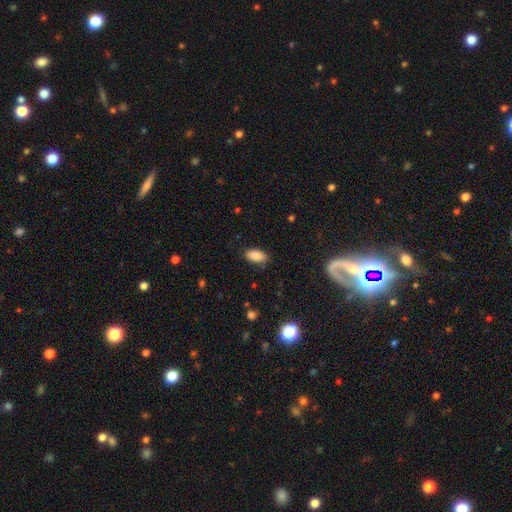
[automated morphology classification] The model was most divided on "merging": none: 85%, minor disturbance: 12%, major disturbance: 3%, merger: 1%. More confident: how rounded — in between (93%); smooth or featured — smooth (85%).